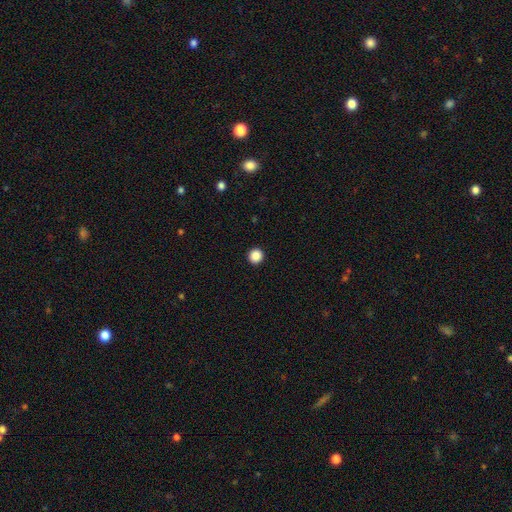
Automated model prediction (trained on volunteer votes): smooth-or-featured: smooth: 88% | star or artifact: 10% | featured or disk: 2%
  how-rounded: round: 94% | in between: 5% | cigar-shaped: 1%
  merging: none: 94% | minor disturbance: 4% | major disturbance: 1% | merger: 1%